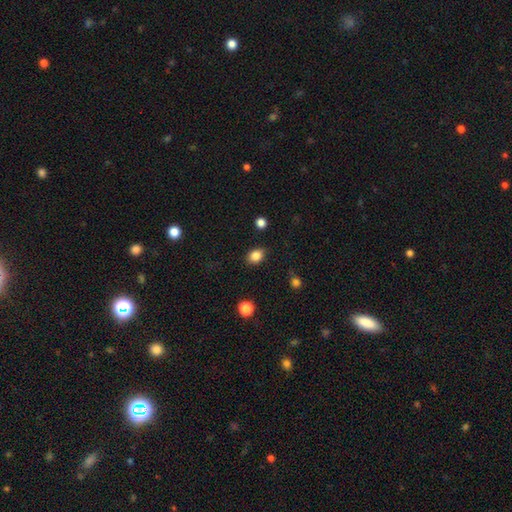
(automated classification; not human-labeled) Q: Smooth or featured?
A: smooth (85%); runner-up: star or artifact (10%)
Q: How rounded?
A: in between (63%); runner-up: round (36%)
Q: Merging?
A: none (86%); runner-up: minor disturbance (10%)